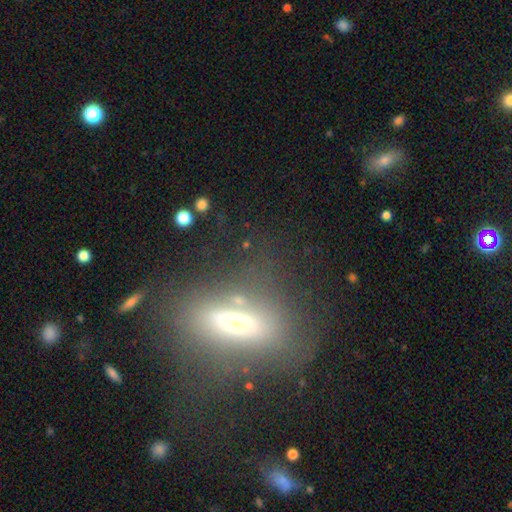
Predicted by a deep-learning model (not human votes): Q: Smooth or featured?
A: featured or disk (42%); runner-up: smooth (41%)
Q: Merging?
A: none (59%); runner-up: minor disturbance (17%)